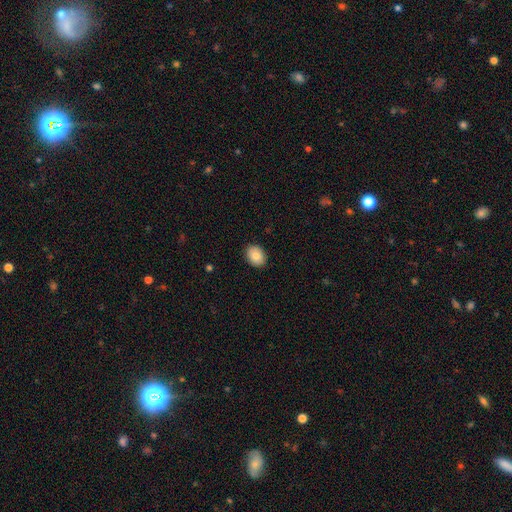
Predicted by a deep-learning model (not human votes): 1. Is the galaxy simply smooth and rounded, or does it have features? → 86% smooth, 7% star or artifact, 7% featured or disk.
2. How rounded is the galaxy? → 67% in between, 32% round, 1% cigar-shaped.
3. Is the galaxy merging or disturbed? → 90% none, 7% minor disturbance, 2% major disturbance, 1% merger.